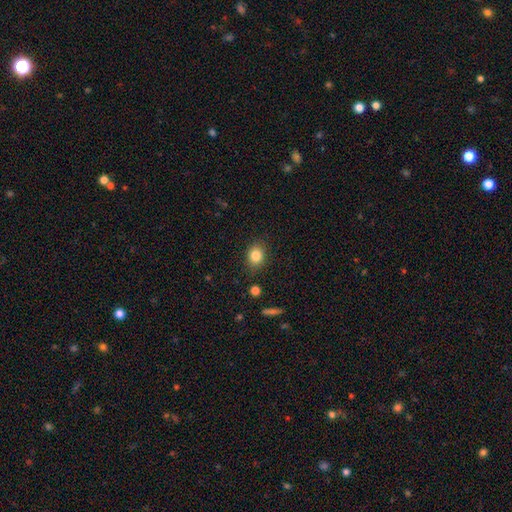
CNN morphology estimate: The model was most divided on "how rounded": round: 50%, in between: 48%, cigar-shaped: 1%. More confident: merging — none (84%); smooth or featured — smooth (84%).